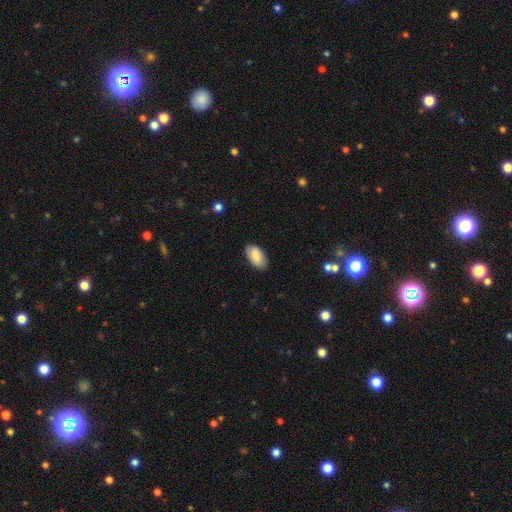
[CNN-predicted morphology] smooth 82%, featured or disk 12%, star or artifact 6%. Down the decision tree: how rounded — in between (95%); merging — none (84%).